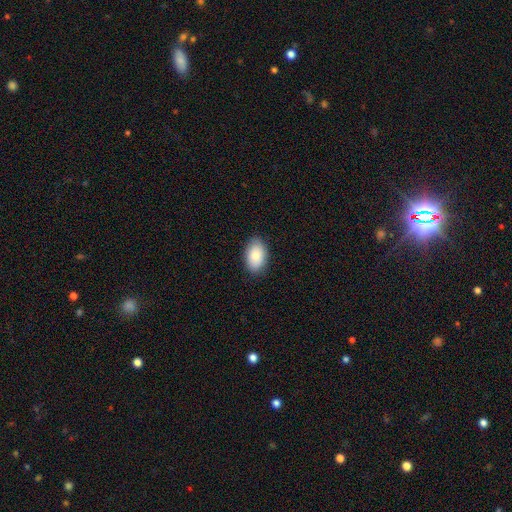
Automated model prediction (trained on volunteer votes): Smooth or featured? smooth (83%)
How rounded? in between (91%)
Merging? none (86%)